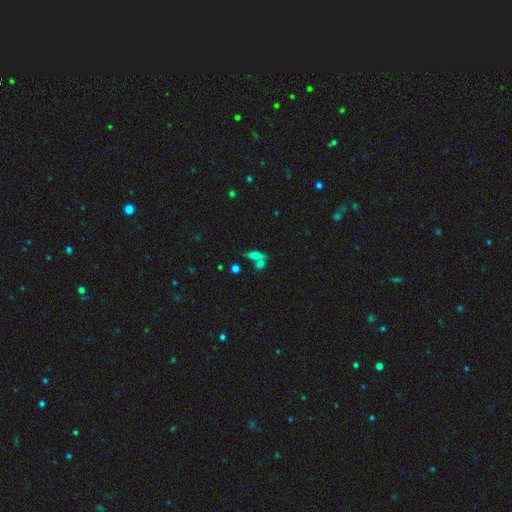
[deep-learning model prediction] Overall: smooth (56%; featured or disk 29%). How rounded: in between (54%; cigar-shaped 37%). Merging: none (49%; merger 34%).